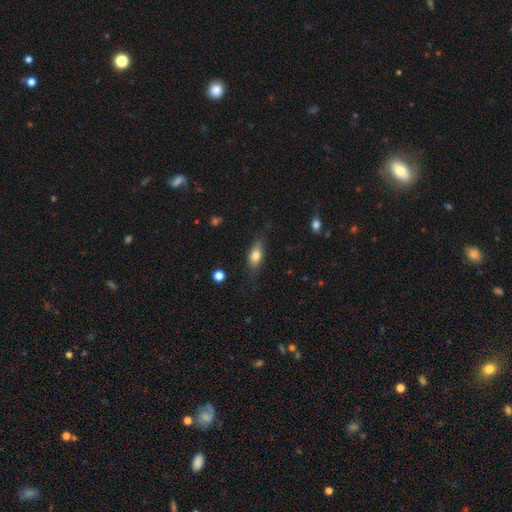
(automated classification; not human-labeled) smooth_or_featured: smooth (p=0.77) [alt: featured or disk p=0.16]
how_rounded: in between (p=0.81) [alt: cigar-shaped p=0.14]
merging: none (p=0.74) [alt: minor disturbance p=0.19]